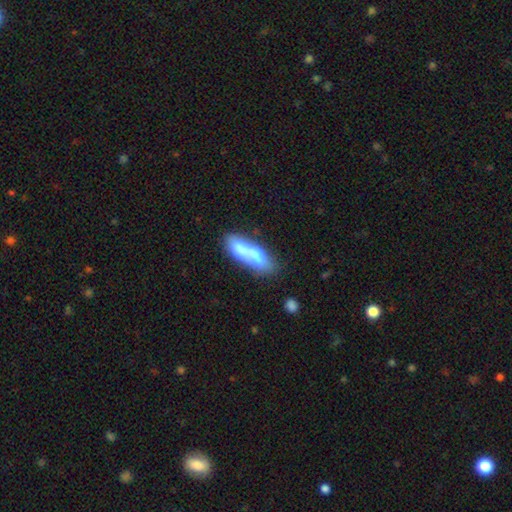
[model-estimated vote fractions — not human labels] This appears to be a smooth galaxy with no disk features (58%) that is in between round and cigar-shaped (57%). Merging: merger (55%).